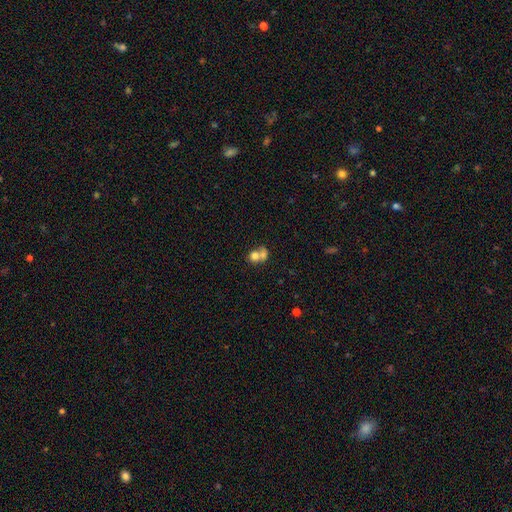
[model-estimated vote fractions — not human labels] Smooth or featured? Predicted: smooth (p=0.73). How rounded? Predicted: round (p=0.68). Merging? Predicted: merger (p=0.65).